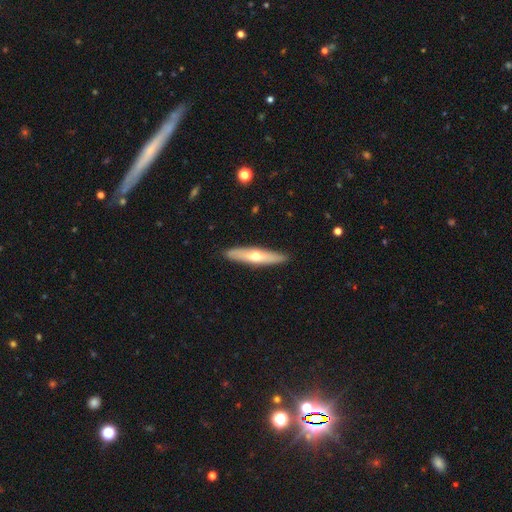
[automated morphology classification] smooth-or-featured: featured or disk: 51% | smooth: 44% | star or artifact: 5%
  disk-edge-on: yes: 83% | no: 17%
  merging: none: 90% | minor disturbance: 7% | major disturbance: 2% | merger: 1%